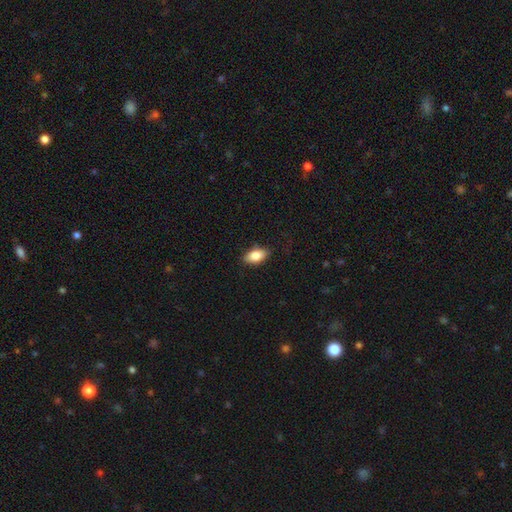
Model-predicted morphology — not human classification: Smooth or featured? Predicted: smooth (p=0.83). How rounded? Predicted: in between (p=0.91). Merging? Predicted: none (p=0.85).